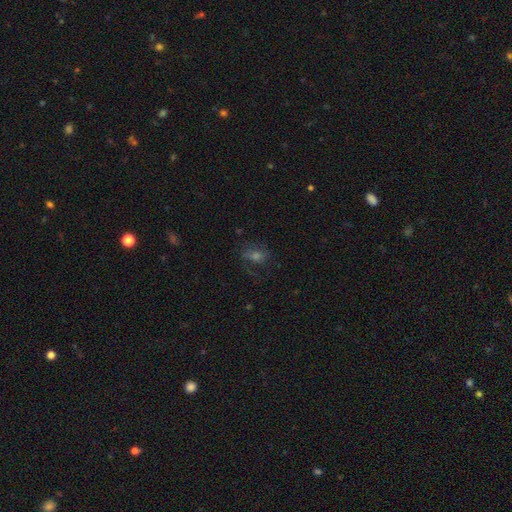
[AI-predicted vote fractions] Overall: featured or disk (40%; smooth 34%). Merging: none (65%).